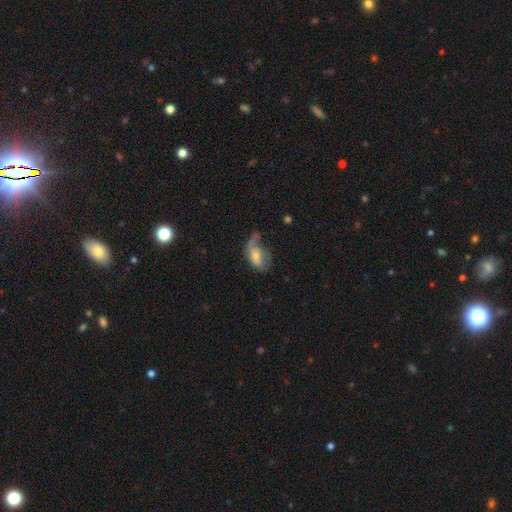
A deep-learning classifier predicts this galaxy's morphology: featured or disk 50%, smooth 40%, star or artifact 10%. Down the decision tree: merging — major disturbance (40%).